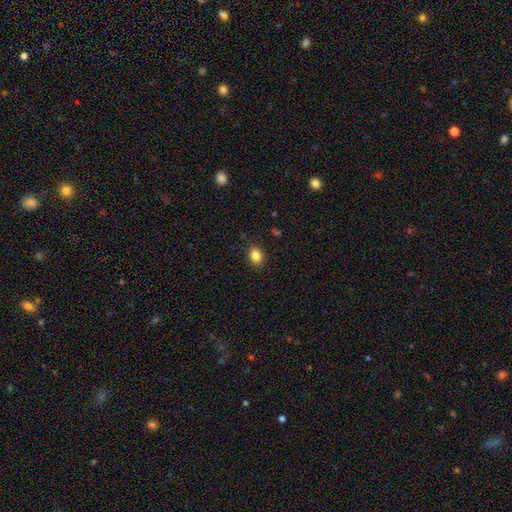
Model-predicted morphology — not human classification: smooth-or-featured: smooth: 85% | star or artifact: 10% | featured or disk: 6%
  how-rounded: in between: 59% | round: 40% | cigar-shaped: 1%
  merging: none: 86% | minor disturbance: 10% | major disturbance: 3% | merger: 1%